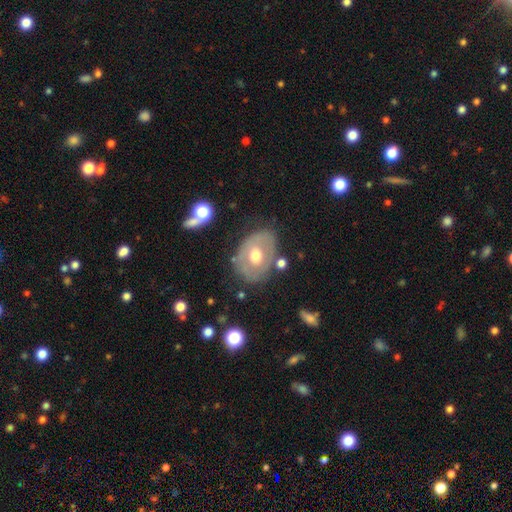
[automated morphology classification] This appears to be a featured or disk galaxy (55%) with no bar (76%), no spiral arms (76%) and a moderate central bulge (77%). Merging: none (68%).